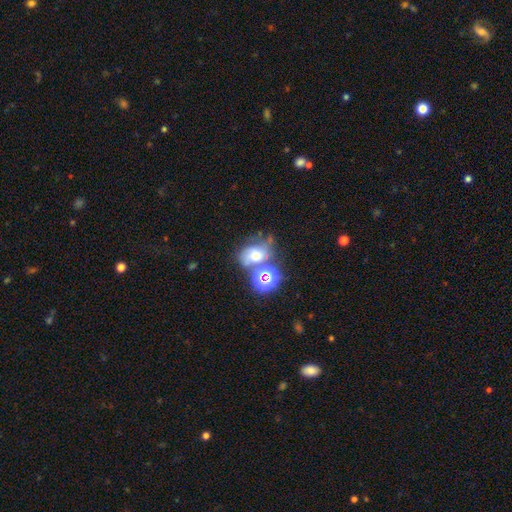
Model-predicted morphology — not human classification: This appears to be a smooth galaxy with no disk features (48%). Merging: none (38%).